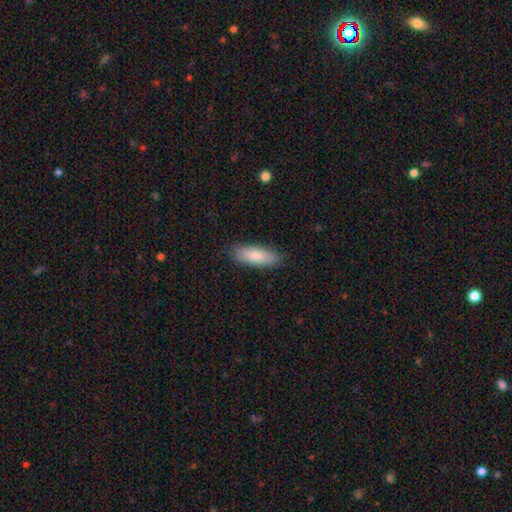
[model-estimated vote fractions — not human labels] smooth-or-featured: smooth: 82% | featured or disk: 13% | star or artifact: 6%
  how-rounded: in between: 62% | cigar-shaped: 36% | round: 2%
  merging: none: 85% | minor disturbance: 11% | major disturbance: 2% | merger: 1%